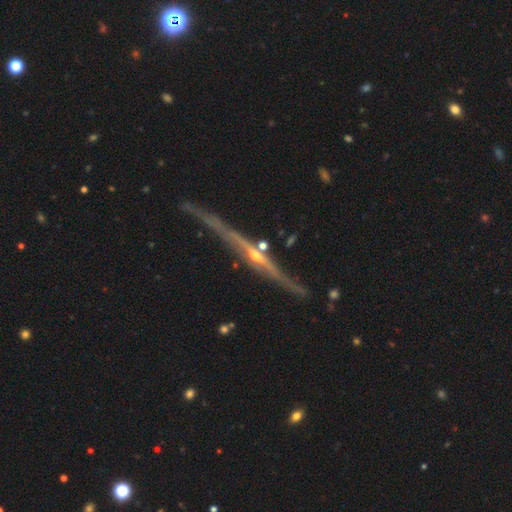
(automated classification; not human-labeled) A featured or disk galaxy (87%) viewed edge-on (97%) with a rounded central bulge (83%).

Vote fractions:
- Smooth or featured? featured or disk: 87% / smooth: 7% / star or artifact: 6%
- Edge-on disk? yes: 97% / no: 3%
- Edge-on bulge? rounded: 83% / none: 11% / boxy: 6%
- Merging? none: 72% / minor disturbance: 18% / merger: 5% / major disturbance: 5%